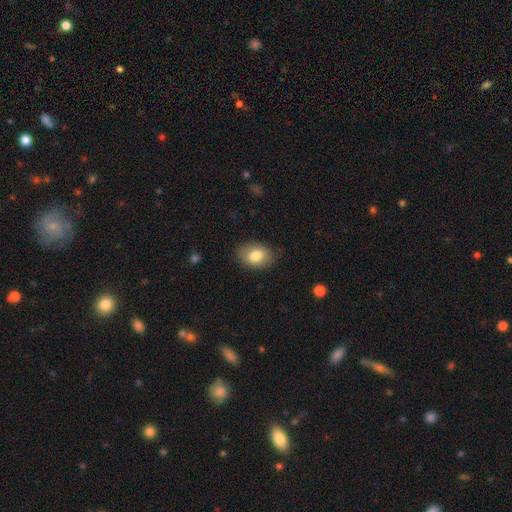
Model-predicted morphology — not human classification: Smooth or featured? smooth (82%)
How rounded? in between (75%)
Merging? none (82%)